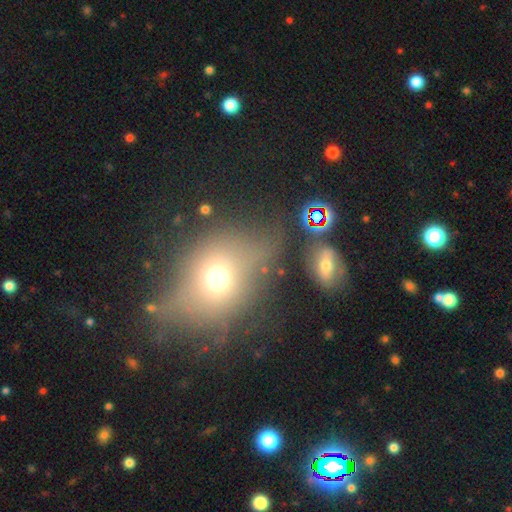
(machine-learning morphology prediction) This is possibly a smooth galaxy (52%). How rounded: possibly in between (52%). Merging: likely none (60%).